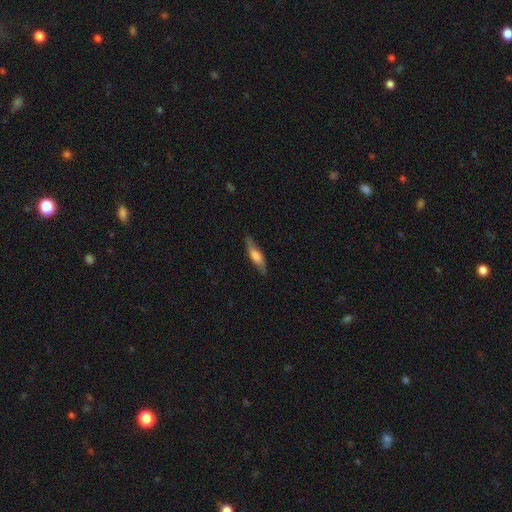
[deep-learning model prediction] Smooth or featured? Predicted: smooth (p=0.54). How rounded? Predicted: cigar-shaped (p=0.64). Merging? Predicted: none (p=0.80).